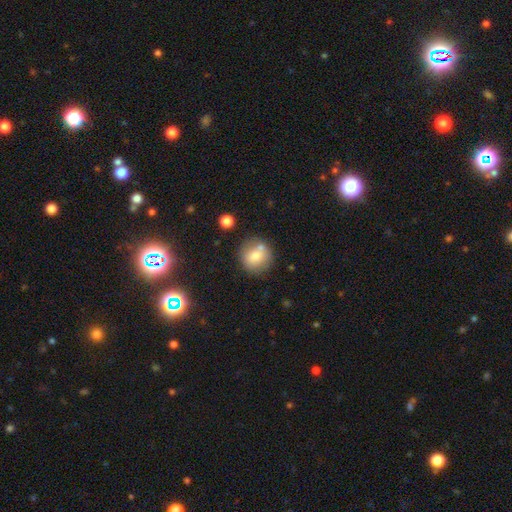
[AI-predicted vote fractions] The model was most divided on "merging": none: 69%, minor disturbance: 14%, merger: 13%, major disturbance: 4%. More confident: how rounded — round (91%); smooth or featured — smooth (75%).